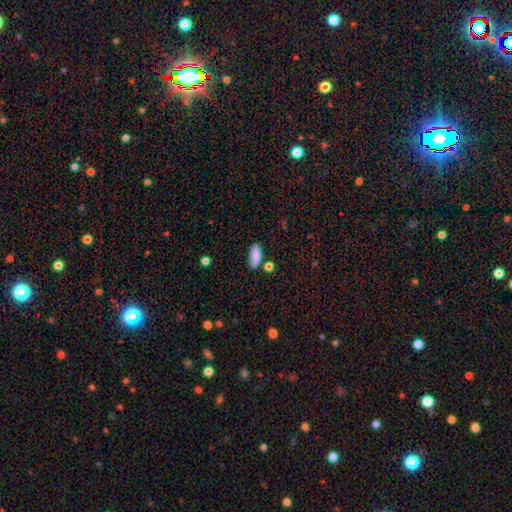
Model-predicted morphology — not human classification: smooth 87%, star or artifact 7%, featured or disk 5%. Down the decision tree: how rounded — in between (70%); merging — none (75%).